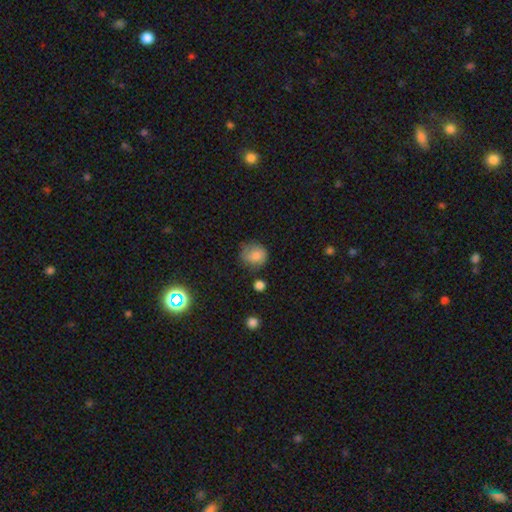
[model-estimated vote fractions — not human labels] smooth 78%, featured or disk 12%, star or artifact 10%. Down the decision tree: how rounded — round (77%); merging — none (59%).